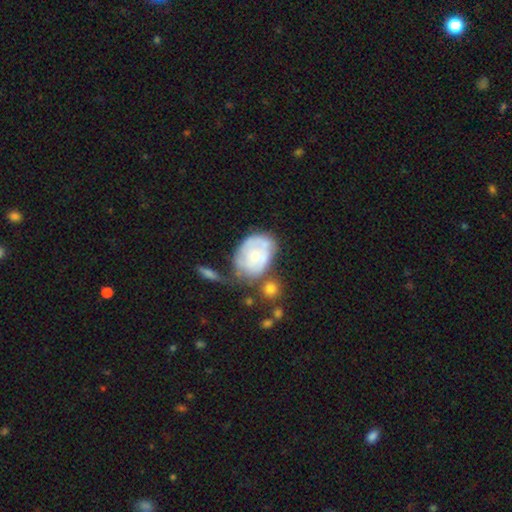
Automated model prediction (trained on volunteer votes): This is possibly a featured or disk galaxy (60%). It is clearly not viewed edge-on (97%). Bar: clearly no (82%). Spiral arm pattern: possibly yes (59%). Central bulge: possibly small (49%). Merging: marginally none (38%).